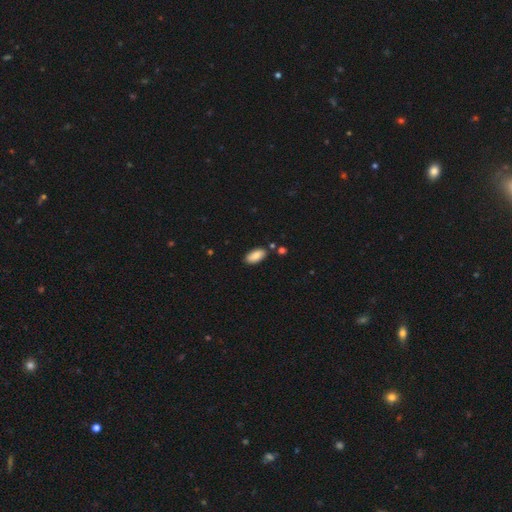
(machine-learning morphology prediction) A smooth galaxy with no disk features (87%) that is in between round and cigar-shaped (92%).

Vote fractions:
- Smooth or featured? smooth: 87% / star or artifact: 7% / featured or disk: 6%
- How rounded? in between: 92% / cigar-shaped: 6% / round: 2%
- Merging? none: 83% / minor disturbance: 11% / merger: 4% / major disturbance: 2%